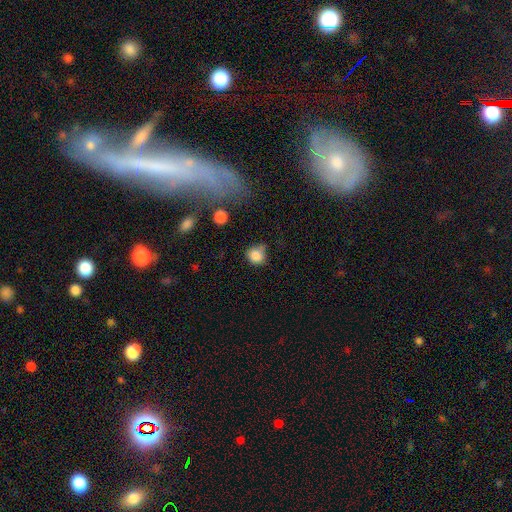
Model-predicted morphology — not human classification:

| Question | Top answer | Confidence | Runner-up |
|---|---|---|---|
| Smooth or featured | smooth | 83% | star or artifact (10%) |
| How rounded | round | 76% | in between (22%) |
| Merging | none | 51% | minor disturbance (32%) |